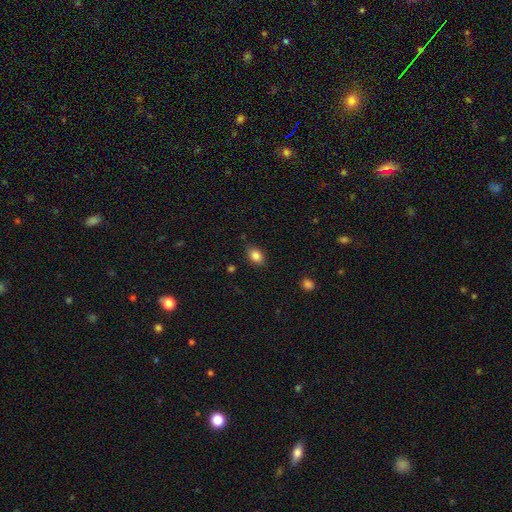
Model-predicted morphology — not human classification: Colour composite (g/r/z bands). It shows a smooth galaxy with no disk features (86%) that is in between round and cigar-shaped (80%). Merging: none (83%).